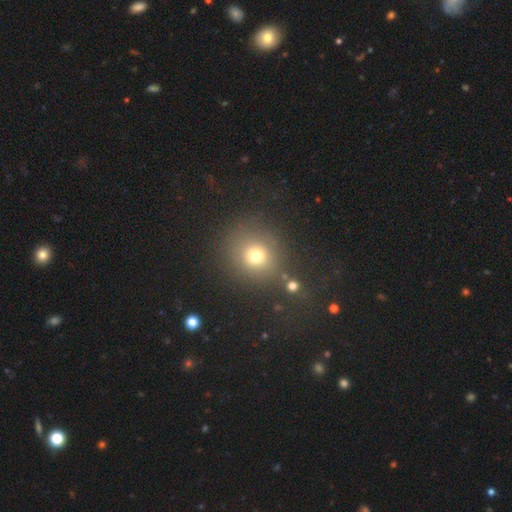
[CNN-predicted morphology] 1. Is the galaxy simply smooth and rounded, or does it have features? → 70% smooth, 20% star or artifact, 9% featured or disk.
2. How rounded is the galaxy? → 84% round, 15% in between, 1% cigar-shaped.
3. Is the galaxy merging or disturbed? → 79% none, 10% minor disturbance, 6% major disturbance, 5% merger.